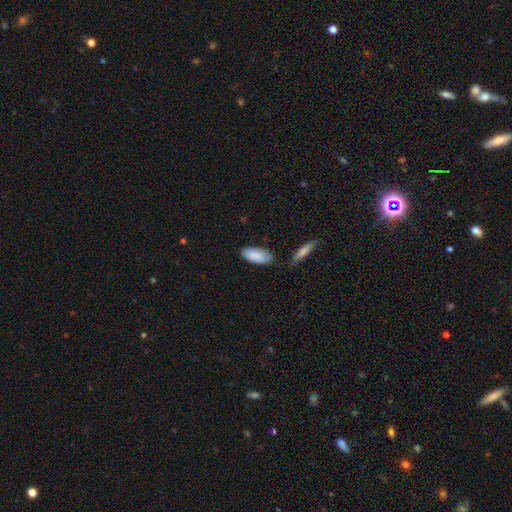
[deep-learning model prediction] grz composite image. It shows a smooth galaxy with no disk features (86%) that is in between round and cigar-shaped (87%). Merging: none (76%).